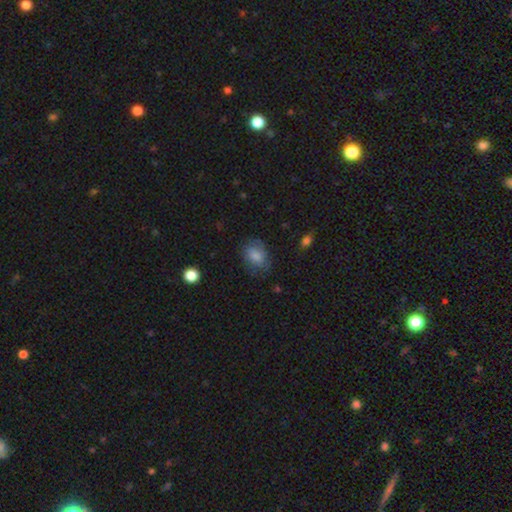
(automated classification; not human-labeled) A smooth galaxy with no disk features (78%) that is in between round and cigar-shaped (68%).

Vote fractions:
- Smooth or featured? smooth: 78% / featured or disk: 14% / star or artifact: 8%
- How rounded? in between: 68% / round: 31% / cigar-shaped: 1%
- Merging? none: 68% / minor disturbance: 22% / major disturbance: 8% / merger: 1%